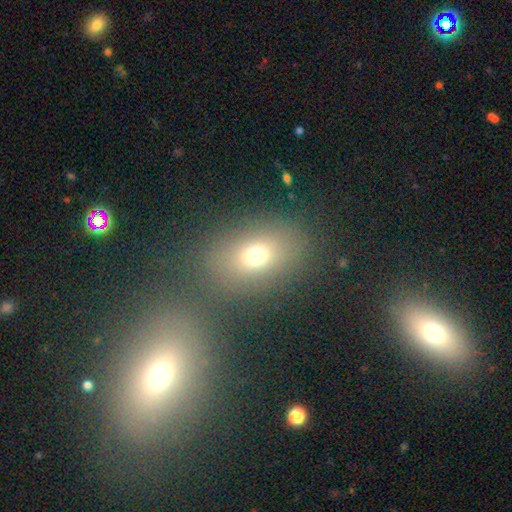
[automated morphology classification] smooth_or_featured: smooth (p=0.68) [alt: star or artifact p=0.18]
how_rounded: in between (p=0.67) [alt: round p=0.31]
merging: none (p=0.66) [alt: minor disturbance p=0.12]